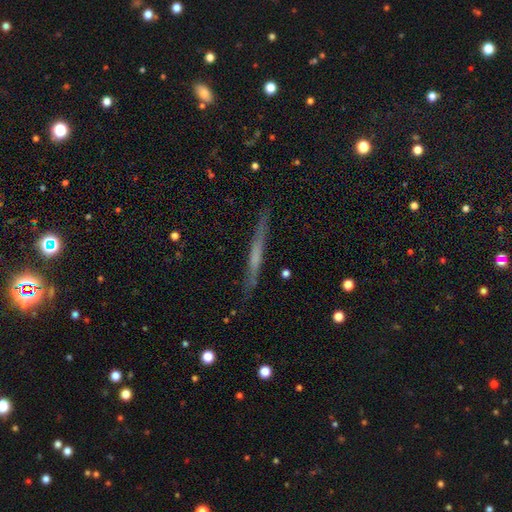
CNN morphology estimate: Smooth or featured: featured or disk — 53% (smooth — 40%)
Edge-on disk: yes — 96% (no — 4%)
Edge-on bulge: none — 76% (rounded — 15%)
Merging: none — 86% (minor disturbance — 10%)